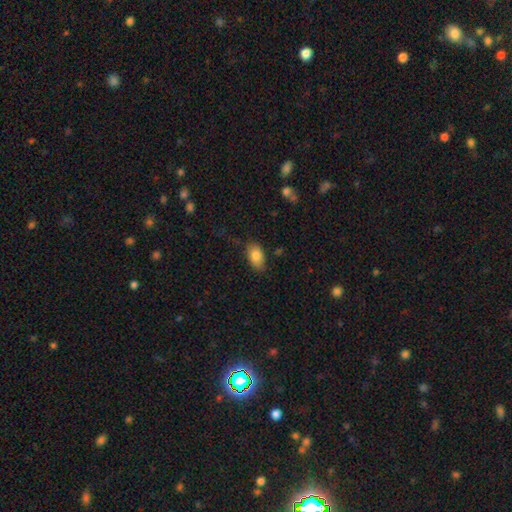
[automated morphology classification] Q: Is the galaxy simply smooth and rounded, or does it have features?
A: smooth — 84%.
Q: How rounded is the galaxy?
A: in between — 91%.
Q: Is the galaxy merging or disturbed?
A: none — 76%.